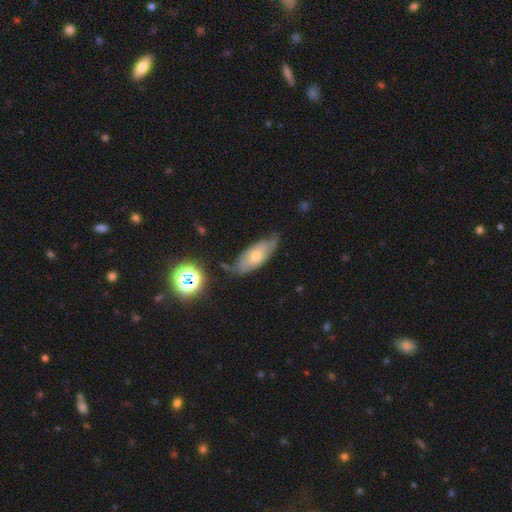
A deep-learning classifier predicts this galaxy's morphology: A smooth galaxy with no disk features (46%).

Vote fractions:
- Smooth or featured? smooth: 46% / featured or disk: 43% / star or artifact: 11%
- Merging? none: 58% / minor disturbance: 31% / major disturbance: 8% / merger: 3%